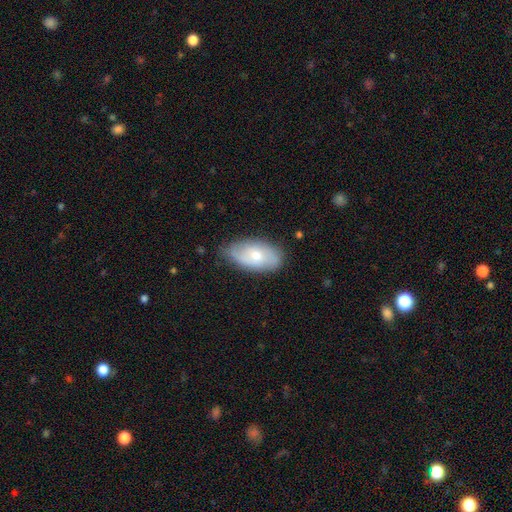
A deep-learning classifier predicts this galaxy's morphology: type=smooth (56%); roundness=in between (92%); merging=none (72%).